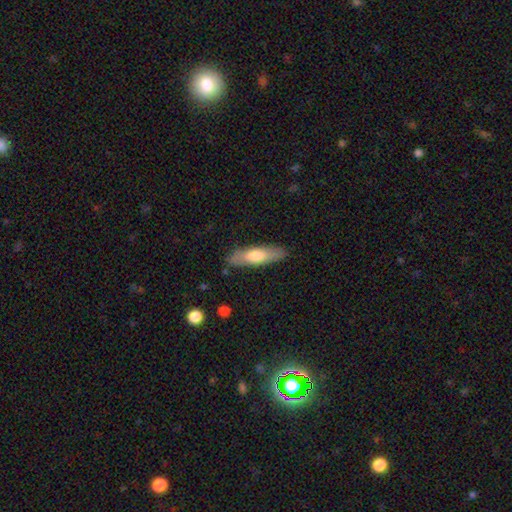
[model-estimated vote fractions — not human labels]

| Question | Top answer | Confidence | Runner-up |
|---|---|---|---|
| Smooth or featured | smooth | 65% | featured or disk (29%) |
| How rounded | cigar-shaped | 62% | in between (36%) |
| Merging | none | 84% | minor disturbance (11%) |